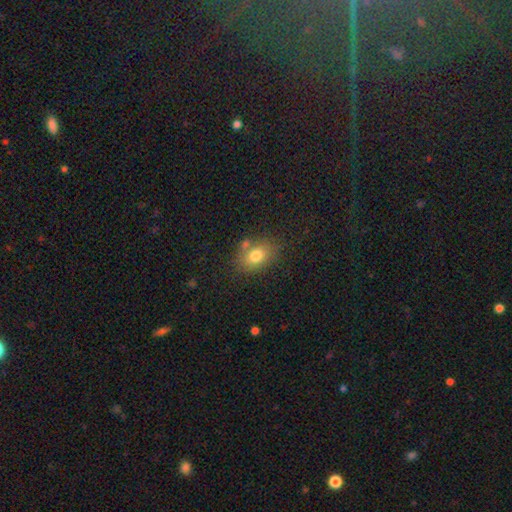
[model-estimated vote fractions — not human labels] Smooth or featured? smooth (78%)
How rounded? in between (74%)
Merging? none (67%)